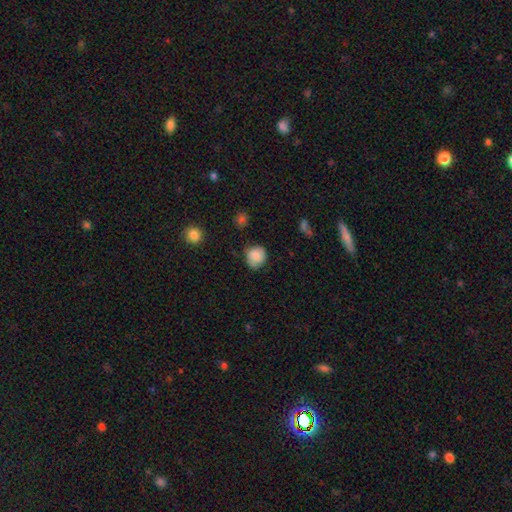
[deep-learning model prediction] A smooth galaxy with no disk features (84%) that is round (80%).

Vote fractions:
- Smooth or featured? smooth: 84% / featured or disk: 8% / star or artifact: 8%
- How rounded? round: 80% / in between: 19% / cigar-shaped: 1%
- Merging? none: 71% / minor disturbance: 23% / major disturbance: 5% / merger: 2%